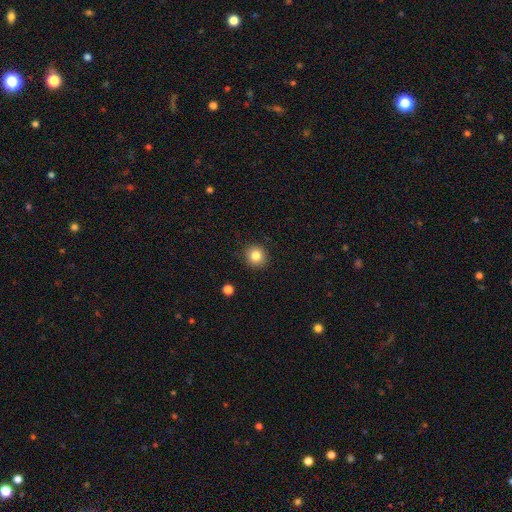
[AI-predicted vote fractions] Smooth or featured?
  - smooth: 83% *
  - star or artifact: 11%
  - featured or disk: 6%
How rounded?
  - round: 92% *
  - in between: 7%
  - cigar-shaped: 1%
Merging?
  - none: 91% *
  - minor disturbance: 6%
  - major disturbance: 2%
  - merger: 1%